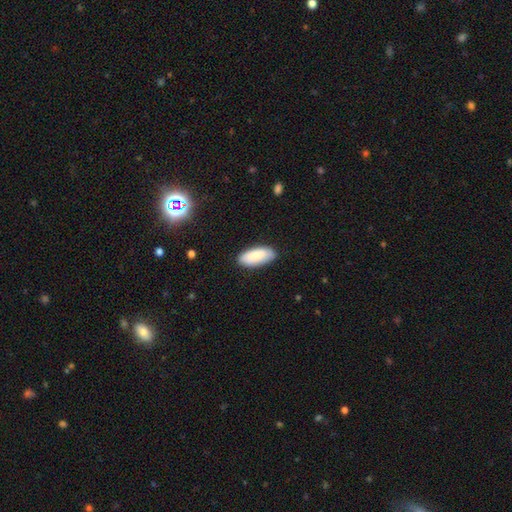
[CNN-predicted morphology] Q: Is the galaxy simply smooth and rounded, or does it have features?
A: smooth — 83%.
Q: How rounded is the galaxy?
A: in between — 87%.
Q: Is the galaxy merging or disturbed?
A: none — 85%.